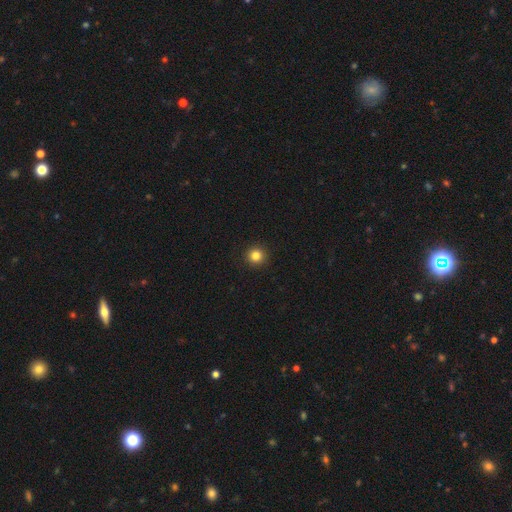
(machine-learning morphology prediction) Smooth or featured?
  - smooth: 84% *
  - star or artifact: 12%
  - featured or disk: 4%
How rounded?
  - round: 95% *
  - in between: 4%
  - cigar-shaped: 1%
Merging?
  - none: 94% *
  - minor disturbance: 4%
  - major disturbance: 1%
  - merger: 1%